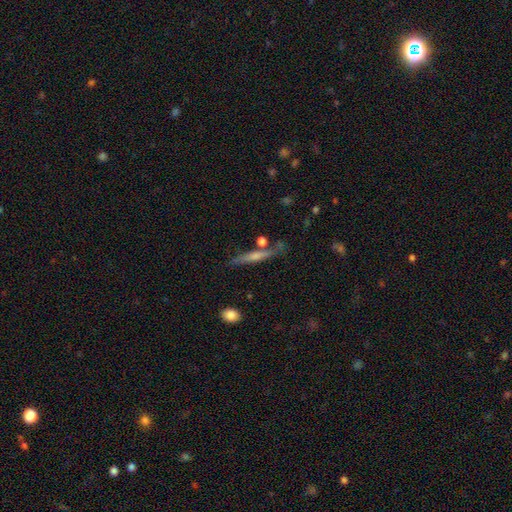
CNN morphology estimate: Smooth or featured? featured or disk (51%)
Edge-on disk? yes (82%)
Merging? none (73%)